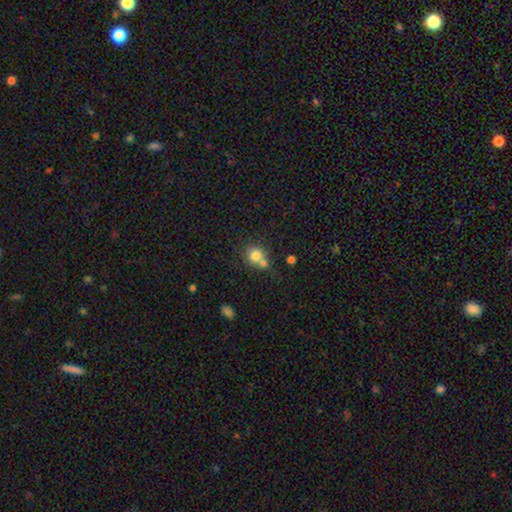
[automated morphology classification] Smooth or featured?
  - smooth: 79% *
  - featured or disk: 11%
  - star or artifact: 10%
How rounded?
  - round: 85% *
  - in between: 14%
  - cigar-shaped: 1%
Merging?
  - merger: 44% *
  - none: 43%
  - minor disturbance: 9%
  - major disturbance: 4%